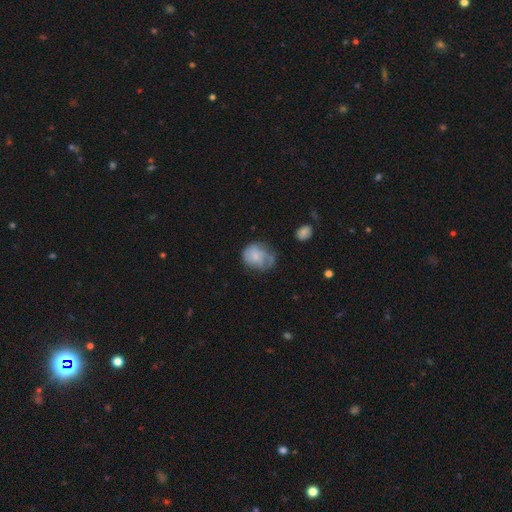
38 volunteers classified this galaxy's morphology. A smooth galaxy with no disk features (50%) that is round (68%). Merging: none (57%).